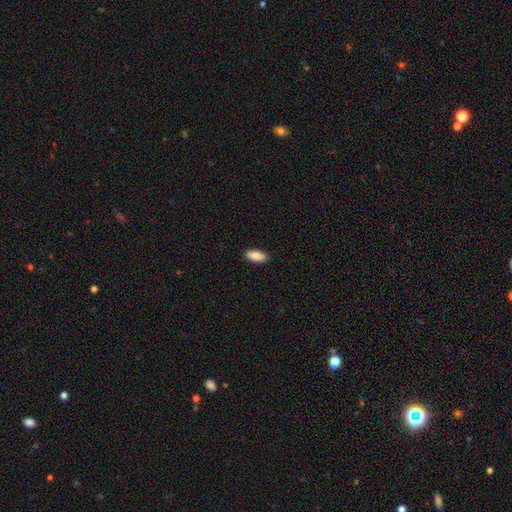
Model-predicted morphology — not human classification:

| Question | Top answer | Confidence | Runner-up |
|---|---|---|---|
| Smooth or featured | smooth | 87% | featured or disk (7%) |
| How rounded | in between | 87% | cigar-shaped (11%) |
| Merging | none | 89% | minor disturbance (8%) |